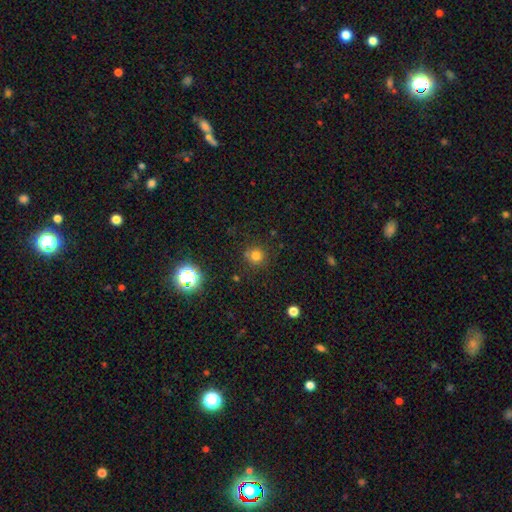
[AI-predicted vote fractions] smooth-or-featured: smooth: 76% | star or artifact: 18% | featured or disk: 6%
  how-rounded: round: 93% | in between: 6% | cigar-shaped: 1%
  merging: none: 81% | minor disturbance: 10% | merger: 5% | major disturbance: 3%